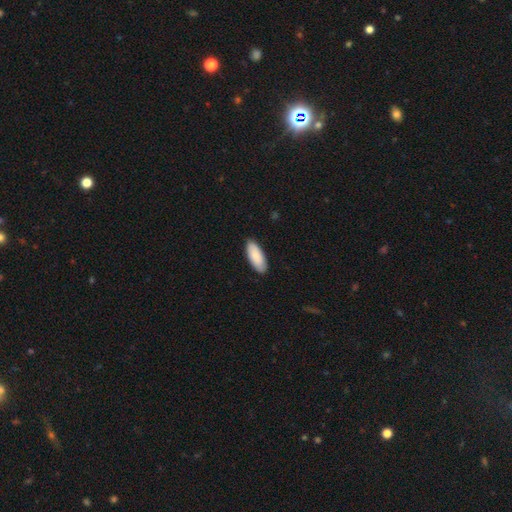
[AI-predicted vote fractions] smooth_or_featured: smooth (p=0.86) [alt: featured or disk p=0.09]
how_rounded: in between (p=0.85) [alt: cigar-shaped p=0.13]
merging: none (p=0.88) [alt: minor disturbance p=0.09]